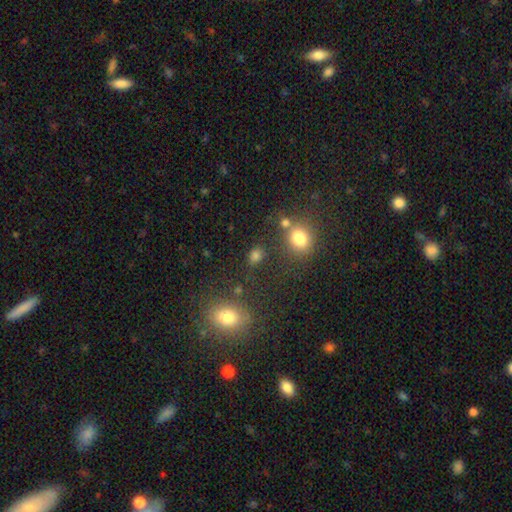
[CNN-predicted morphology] A smooth galaxy with no disk features (76%) that is round (50%).

Vote fractions:
- Smooth or featured? smooth: 76% / star or artifact: 18% / featured or disk: 7%
- How rounded? round: 50% / in between: 48% / cigar-shaped: 2%
- Merging? none: 73% / minor disturbance: 11% / merger: 10% / major disturbance: 5%